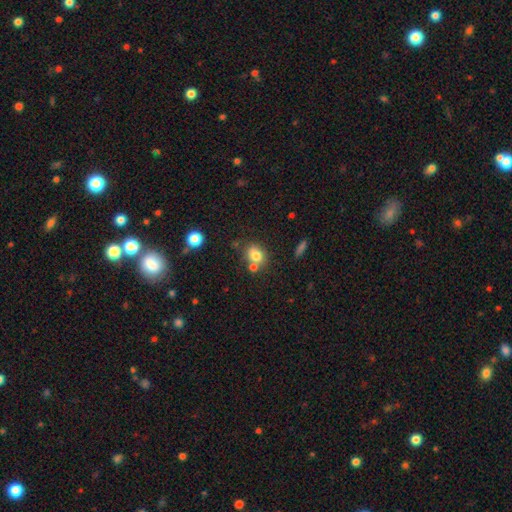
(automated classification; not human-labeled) A smooth galaxy with no disk features (76%) that is round (57%). Merging: none (55%).